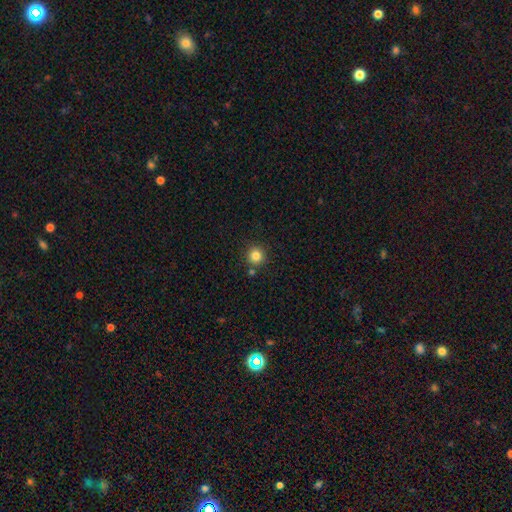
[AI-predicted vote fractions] This is clearly a smooth galaxy (83%). How rounded: clearly round (94%). Merging: clearly none (84%).